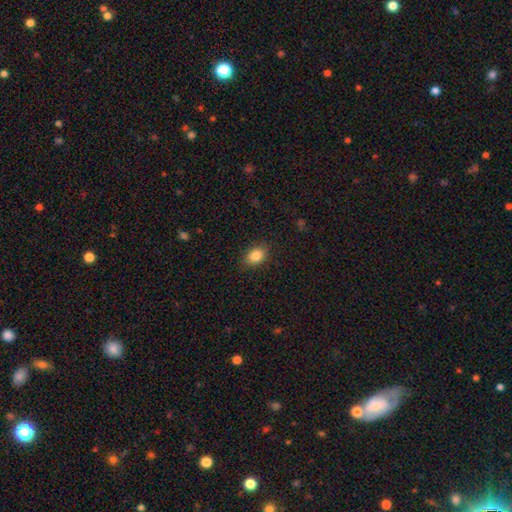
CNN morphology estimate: This is clearly a smooth galaxy (85%). How rounded: likely in between (70%). Merging: clearly none (86%).